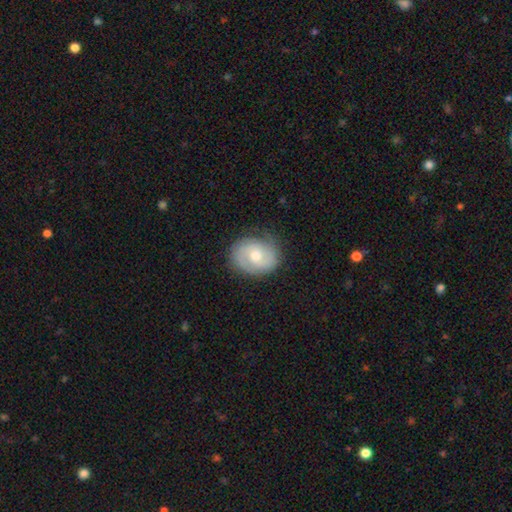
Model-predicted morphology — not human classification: Smooth or featured? featured or disk (62%)
Edge-on disk? no (97%)
Bar? no (65%)
Spiral arms? yes (86%)
Spiral winding? tight (47%)
Spiral arm count? 2 (70%)
Bulge size? moderate (68%)
Merging? none (76%)